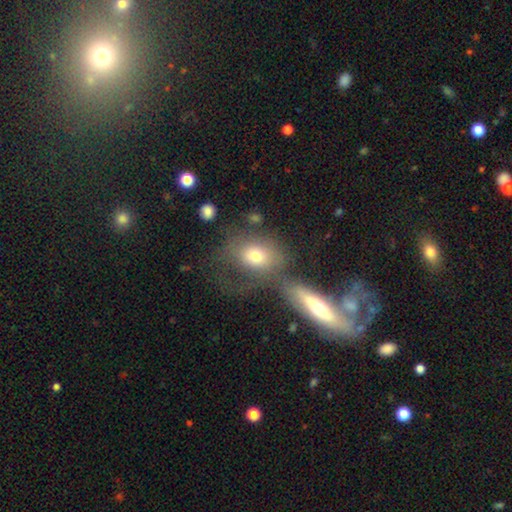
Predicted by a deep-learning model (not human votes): smooth-or-featured: smooth: 66% | featured or disk: 23% | star or artifact: 10%
  how-rounded: in between: 61% | round: 37% | cigar-shaped: 2%
  merging: merger: 38% | none: 32% | major disturbance: 16% | minor disturbance: 13%